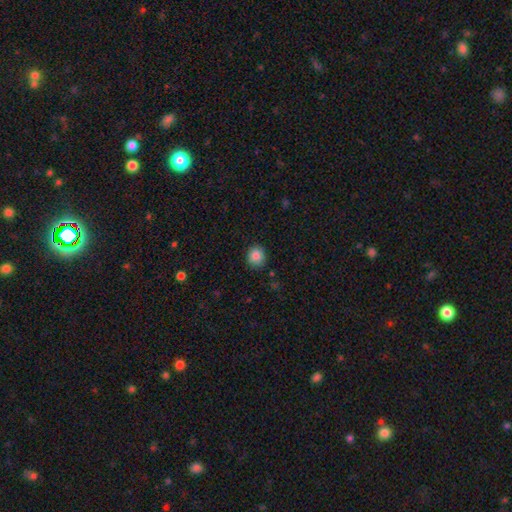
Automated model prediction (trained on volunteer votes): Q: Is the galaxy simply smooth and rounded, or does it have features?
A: smooth — 87%.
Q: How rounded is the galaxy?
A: round — 82%.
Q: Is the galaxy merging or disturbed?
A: none — 89%.